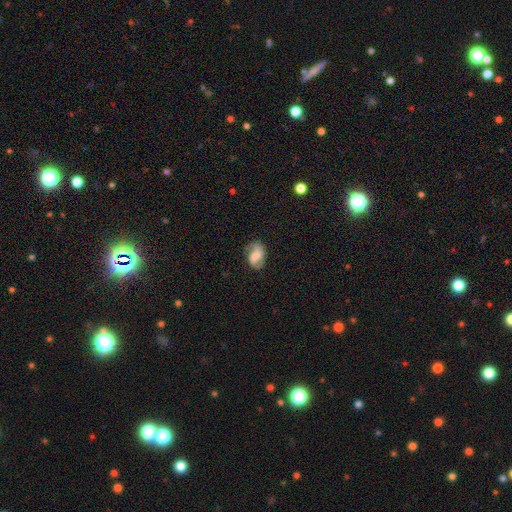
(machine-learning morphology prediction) type=featured or disk (58%); edge-on=no (97%); bar=weak (44%); spiral arms=yes (90%); winding=medium (40%, tied with loose); arm count=2 (79%); bulge=none (35%); merging=none (67%).